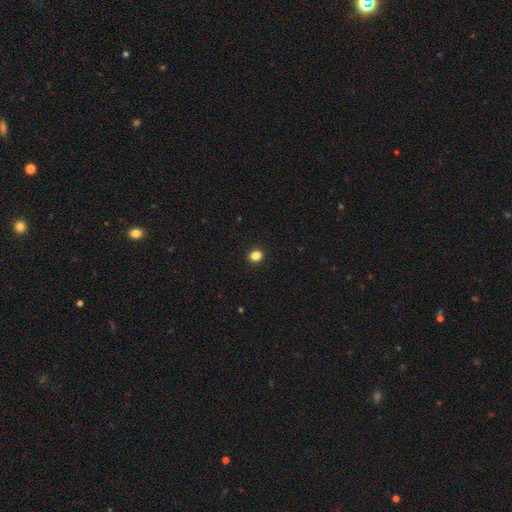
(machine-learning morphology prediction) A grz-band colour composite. It shows a smooth galaxy with no disk features (85%) that is round (65%). Merging: none (92%).